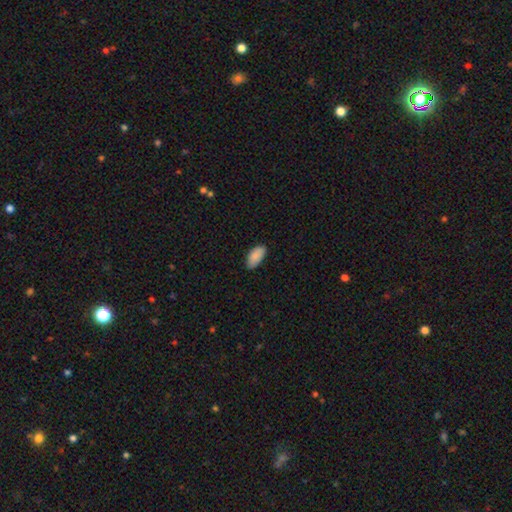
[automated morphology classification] Q: Smooth or featured?
A: smooth (89%); runner-up: star or artifact (6%)
Q: How rounded?
A: in between (94%); runner-up: cigar-shaped (4%)
Q: Merging?
A: none (81%); runner-up: minor disturbance (16%)